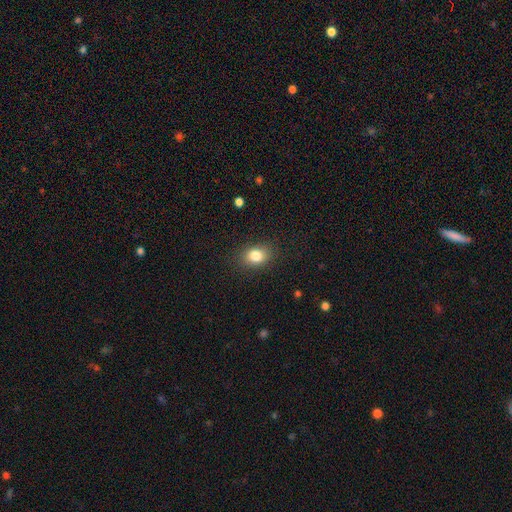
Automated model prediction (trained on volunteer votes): smooth_or_featured: smooth (p=0.84) [alt: star or artifact p=0.09]
how_rounded: in between (p=0.67) [alt: round p=0.31]
merging: none (p=0.84) [alt: minor disturbance p=0.11]